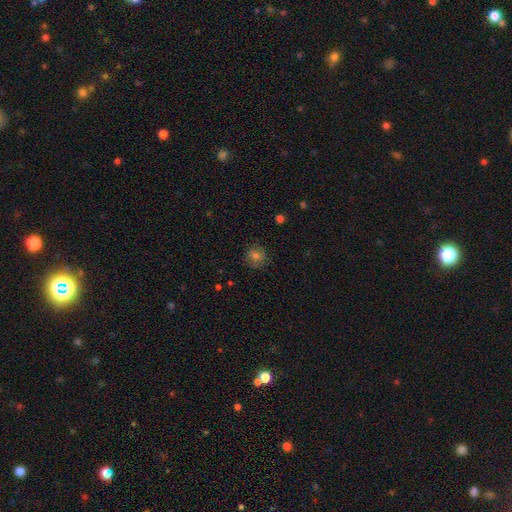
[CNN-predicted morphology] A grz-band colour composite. It shows a smooth galaxy with no disk features (63%) that is round (79%). Merging: none (82%).